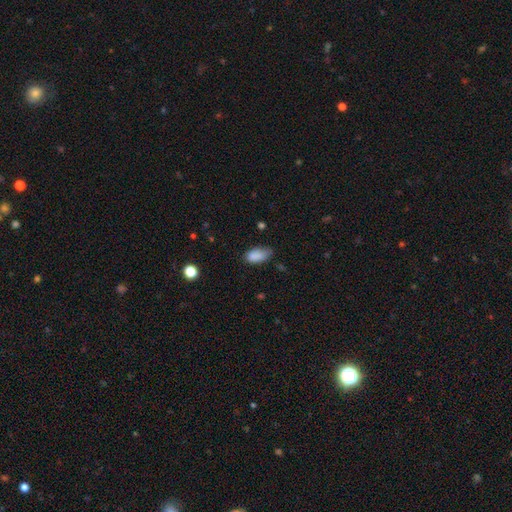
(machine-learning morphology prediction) A smooth galaxy with no disk features (86%) that is in between round and cigar-shaped (92%). Merging: none (55%).